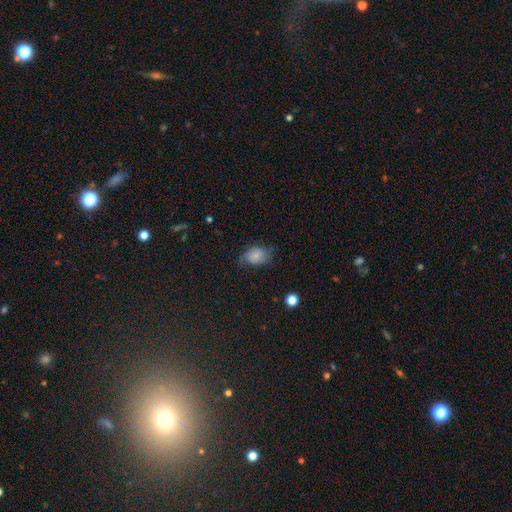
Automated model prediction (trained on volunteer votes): Smooth or featured? smooth (75%)
How rounded? in between (78%)
Merging? none (56%)